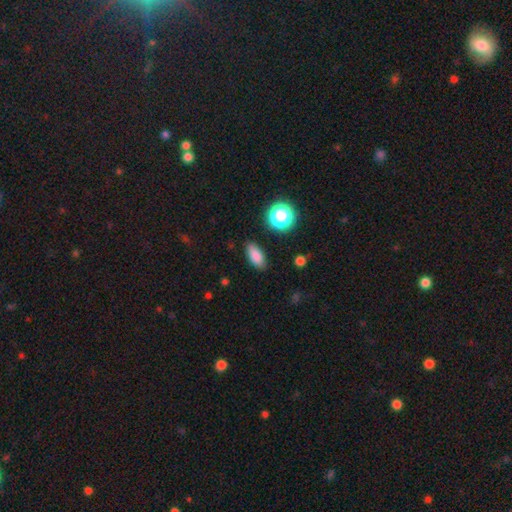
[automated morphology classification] smooth_or_featured: smooth (p=0.83) [alt: star or artifact p=0.11]
how_rounded: in between (p=0.83) [alt: cigar-shaped p=0.11]
merging: none (p=0.85) [alt: minor disturbance p=0.10]